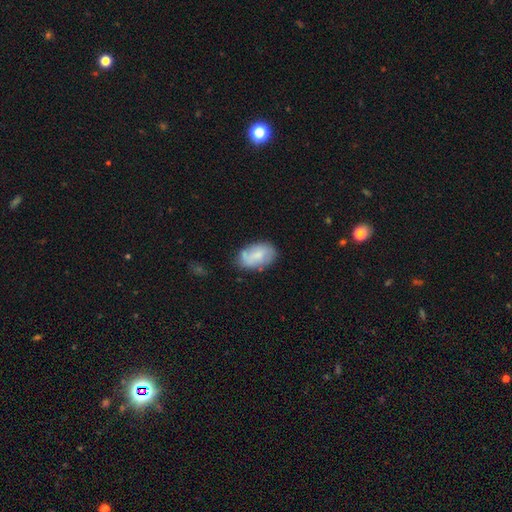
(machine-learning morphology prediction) Smooth or featured? smooth (65%)
How rounded? in between (91%)
Merging? none (68%)